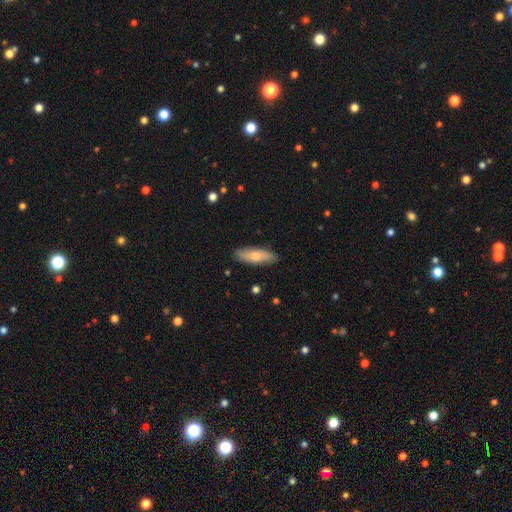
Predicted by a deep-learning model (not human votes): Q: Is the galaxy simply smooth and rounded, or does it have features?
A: smooth — 71%.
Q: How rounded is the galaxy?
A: in between — 50%.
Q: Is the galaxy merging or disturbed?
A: none — 87%.